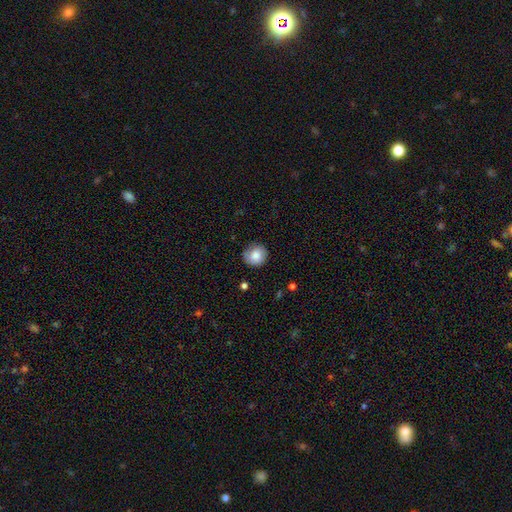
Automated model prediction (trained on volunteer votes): A smooth galaxy with no disk features (78%) that is round (89%).

Vote fractions:
- Smooth or featured? smooth: 78% / featured or disk: 14% / star or artifact: 8%
- How rounded? round: 89% / in between: 10% / cigar-shaped: 1%
- Merging? none: 79% / minor disturbance: 16% / major disturbance: 4% / merger: 1%